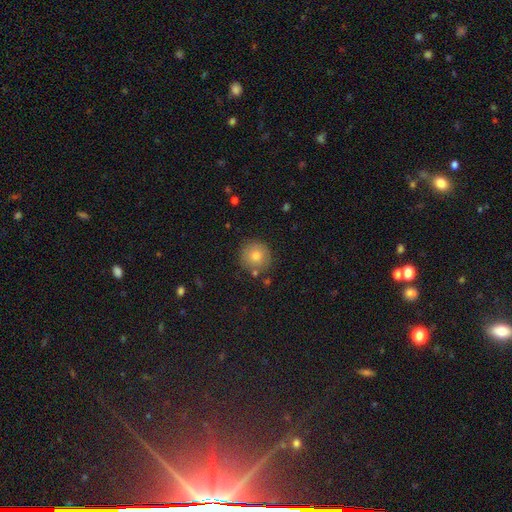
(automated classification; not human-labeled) This is likely a smooth galaxy (77%). How rounded: clearly round (94%). Merging: clearly none (86%).